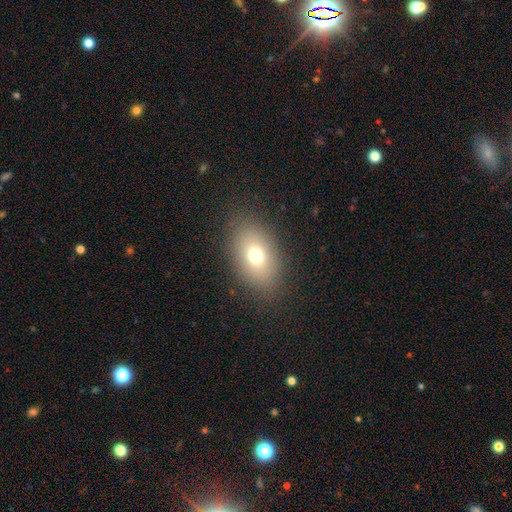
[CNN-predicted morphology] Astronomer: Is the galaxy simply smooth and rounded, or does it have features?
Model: smooth — 71%.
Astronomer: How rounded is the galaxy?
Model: in between — 81%.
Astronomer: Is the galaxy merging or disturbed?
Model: none — 83%.